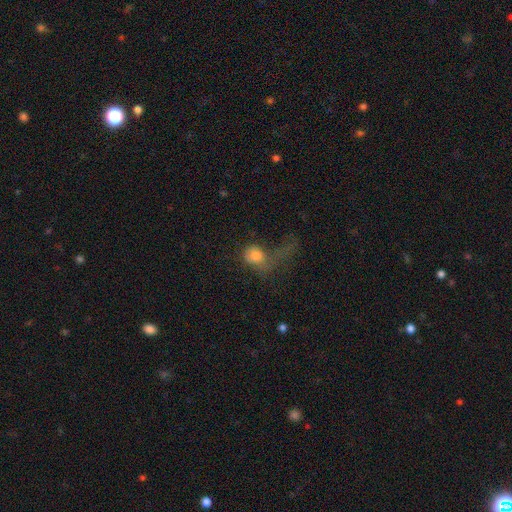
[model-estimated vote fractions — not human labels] This appears to be a smooth galaxy with no disk features (71%) that is round (62%). Merging: major disturbance (61%).